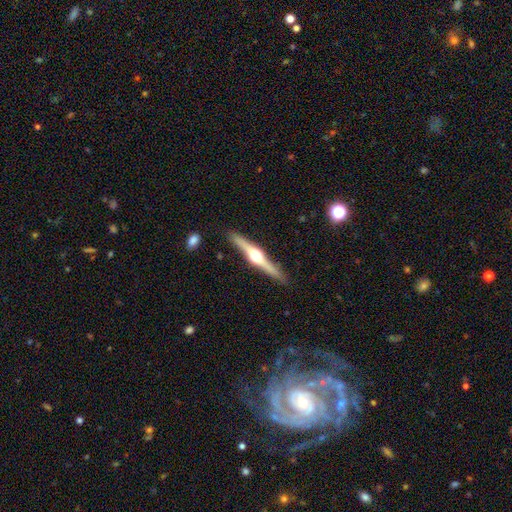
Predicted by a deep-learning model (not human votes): This appears to be a featured or disk galaxy (79%) viewed edge-on (98%) with a rounded central bulge (95%). Merging: none (89%).